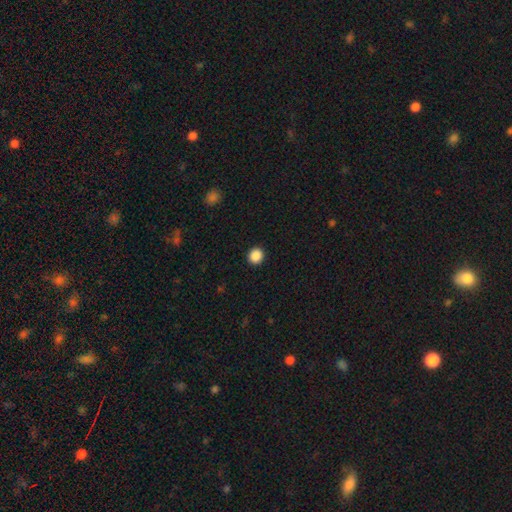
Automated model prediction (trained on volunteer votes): This is clearly a smooth galaxy (88%). How rounded: clearly round (90%). Merging: clearly none (93%).